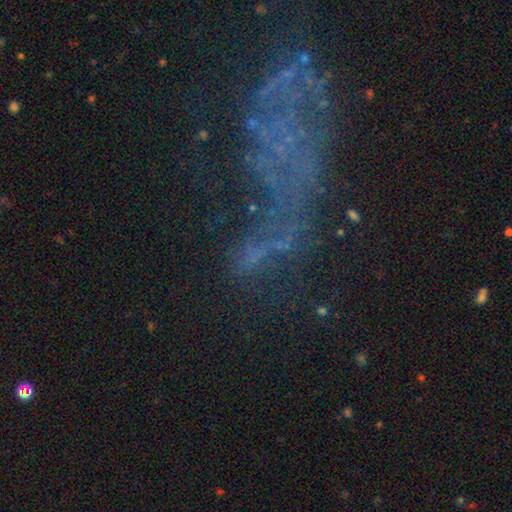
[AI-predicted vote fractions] Smooth or featured? star or artifact (47%)